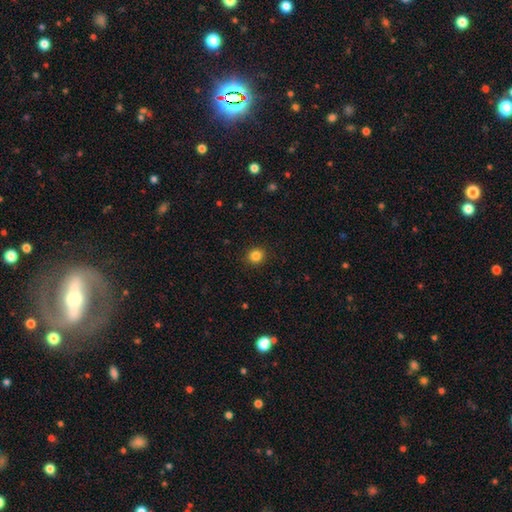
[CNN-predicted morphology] smooth-or-featured: smooth: 84% | star or artifact: 11% | featured or disk: 4%
  how-rounded: round: 84% | in between: 15% | cigar-shaped: 1%
  merging: none: 91% | minor disturbance: 6% | major disturbance: 2% | merger: 1%